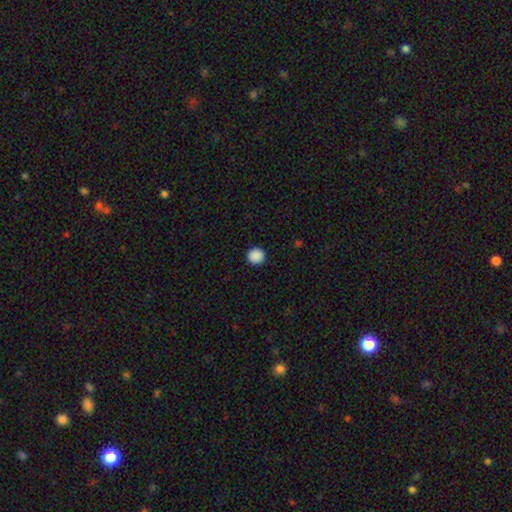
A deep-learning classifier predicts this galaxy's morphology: smooth_or_featured: smooth (p=0.89) [alt: star or artifact p=0.09]
how_rounded: round (p=0.94) [alt: in between p=0.05]
merging: none (p=0.93) [alt: minor disturbance p=0.05]